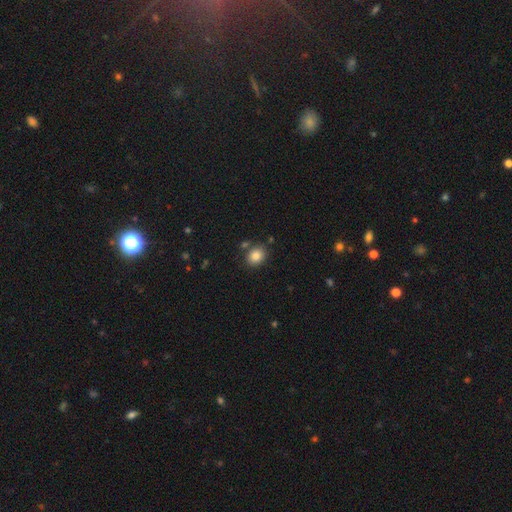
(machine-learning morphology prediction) Smooth or featured: smooth — 85% (star or artifact — 9%)
How rounded: round — 52% (in between — 47%)
Merging: none — 78% (minor disturbance — 11%)